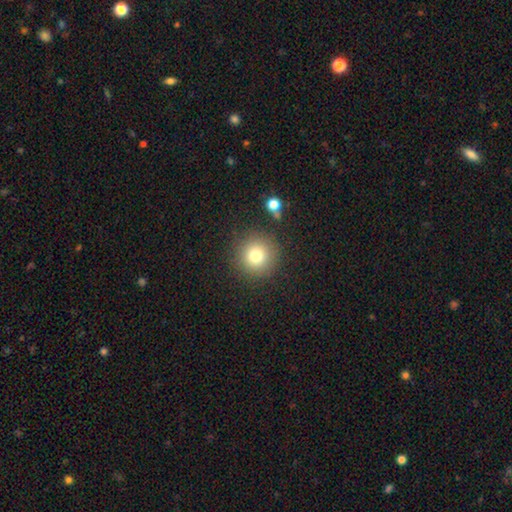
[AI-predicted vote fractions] Smooth or featured: smooth — 78% (star or artifact — 13%)
How rounded: round — 95% (in between — 4%)
Merging: none — 87% (minor disturbance — 7%)